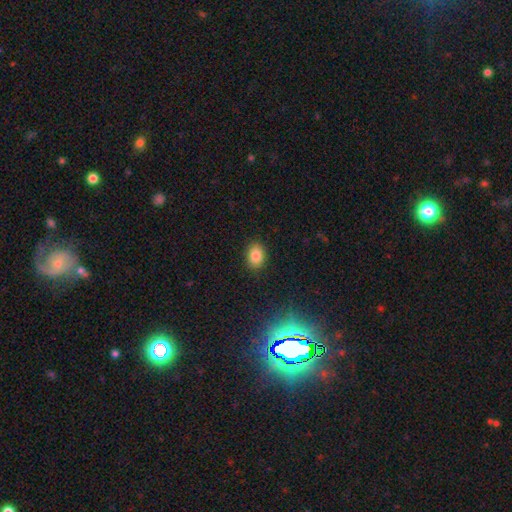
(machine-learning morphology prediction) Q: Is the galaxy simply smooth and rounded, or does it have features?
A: smooth — 83%.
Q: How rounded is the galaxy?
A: in between — 73%.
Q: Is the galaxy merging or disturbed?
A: none — 88%.